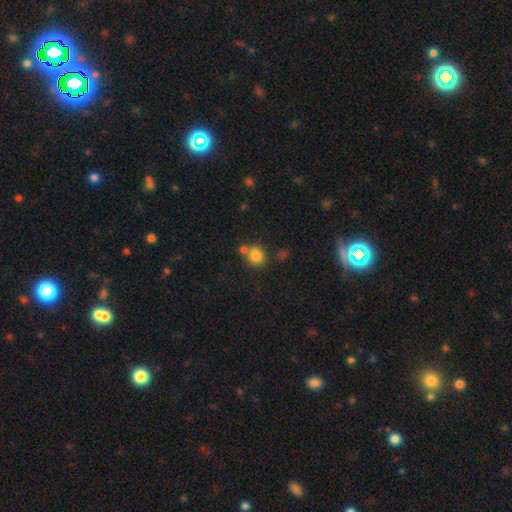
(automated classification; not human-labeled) smooth 79%, star or artifact 12%, featured or disk 9%. Down the decision tree: how rounded — round (78%); merging — none (59%).